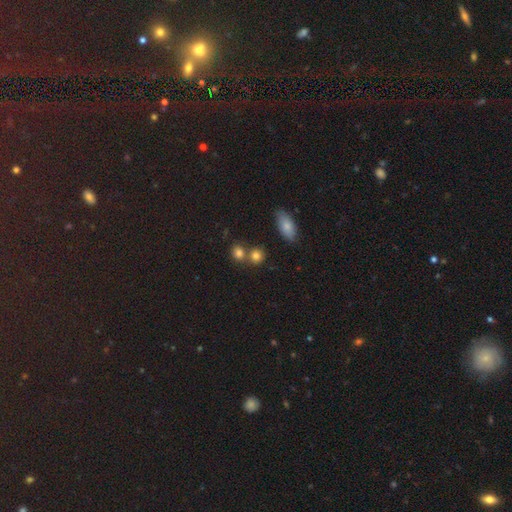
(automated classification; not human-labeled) smooth-or-featured: smooth: 81% | star or artifact: 12% | featured or disk: 8%
  how-rounded: round: 78% | in between: 21% | cigar-shaped: 2%
  merging: none: 57% | merger: 30% | minor disturbance: 9% | major disturbance: 3%